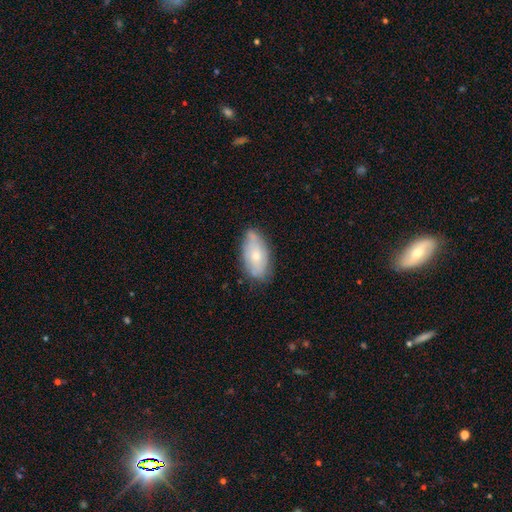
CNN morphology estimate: A smooth galaxy with no disk features (51%) that is in between round and cigar-shaped (92%). Merging: none (67%).